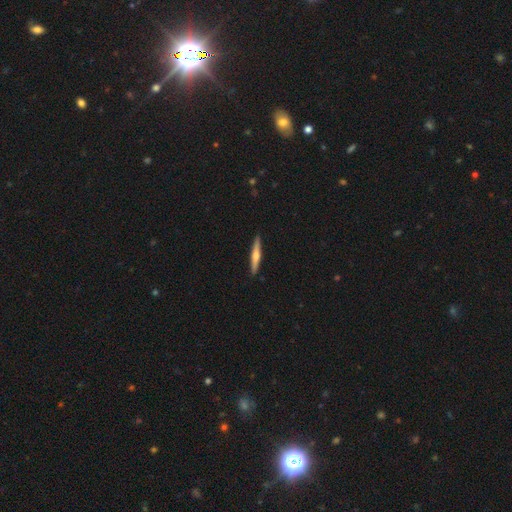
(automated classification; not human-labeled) Overall: featured or disk (55%; smooth 40%). Edge-on disk: yes (97%). Edge-on bulge: rounded (83%). Merging: none (92%).